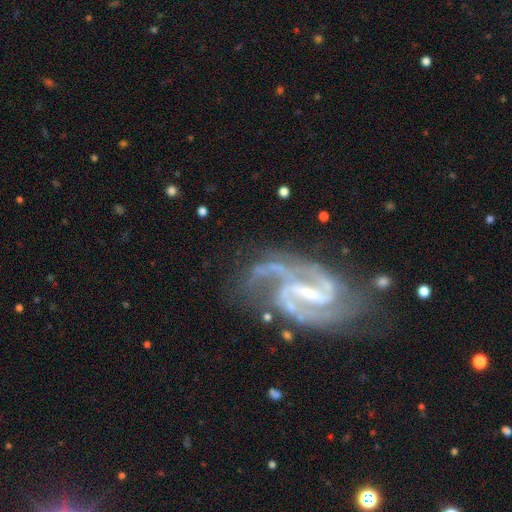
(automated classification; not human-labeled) Q: Smooth or featured?
A: featured or disk (92%); runner-up: star or artifact (5%)
Q: Edge-on disk?
A: no (98%); runner-up: yes (2%)
Q: Bar?
A: weak (46%); runner-up: strong (42%)
Q: Spiral arms?
A: yes (98%); runner-up: no (2%)
Q: Spiral winding?
A: medium (57%); runner-up: tight (28%)
Q: Spiral arm count?
A: 2 (69%); runner-up: 3 (15%)
Q: Bulge size?
A: small (56%); runner-up: moderate (22%)
Q: Merging?
A: none (65%); runner-up: minor disturbance (19%)